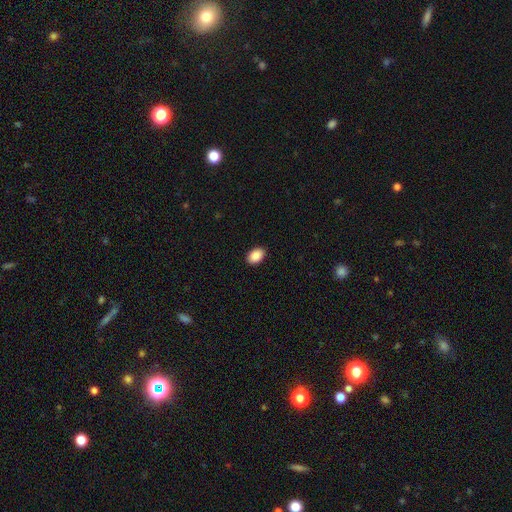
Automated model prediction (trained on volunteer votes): Q: Smooth or featured?
A: smooth (90%); runner-up: star or artifact (7%)
Q: How rounded?
A: in between (88%); runner-up: round (11%)
Q: Merging?
A: none (90%); runner-up: minor disturbance (7%)